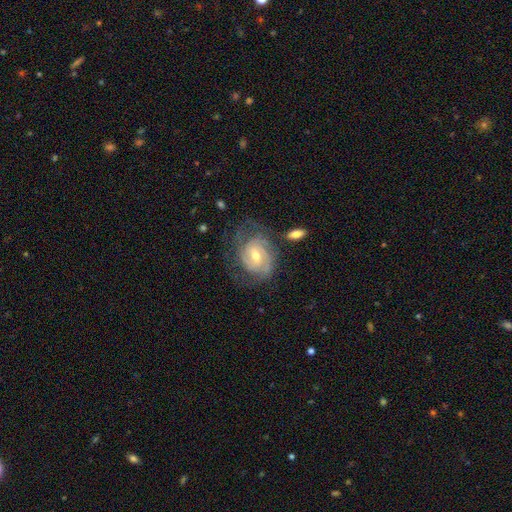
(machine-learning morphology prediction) Q: Smooth or featured?
A: featured or disk (83%); runner-up: smooth (12%)
Q: Edge-on disk?
A: no (97%); runner-up: yes (3%)
Q: Bar?
A: weak (49%); runner-up: no (40%)
Q: Spiral arms?
A: yes (93%); runner-up: no (7%)
Q: Spiral winding?
A: tight (59%); runner-up: medium (32%)
Q: Spiral arm count?
A: can't tell (34%); runner-up: 2 (29%)
Q: Bulge size?
A: moderate (56%); runner-up: small (39%)
Q: Merging?
A: none (57%); runner-up: minor disturbance (22%)